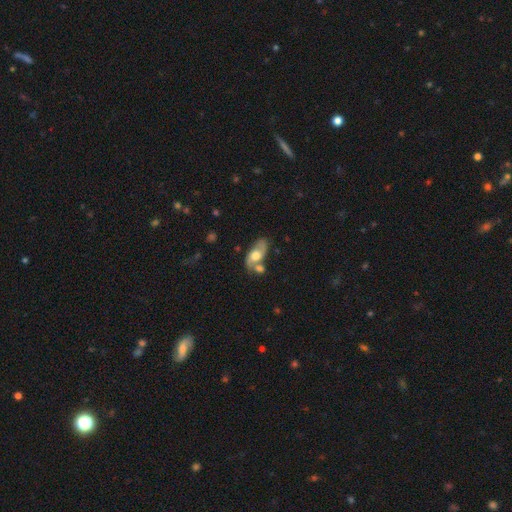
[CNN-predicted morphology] The model was most divided on "smooth or featured": featured or disk: 61%, smooth: 33%, star or artifact: 6%. More confident: edge-on disk — no (88%); spiral arms — yes (73%); bar — no (71%); bulge size — moderate (60%); merging — none (53%).